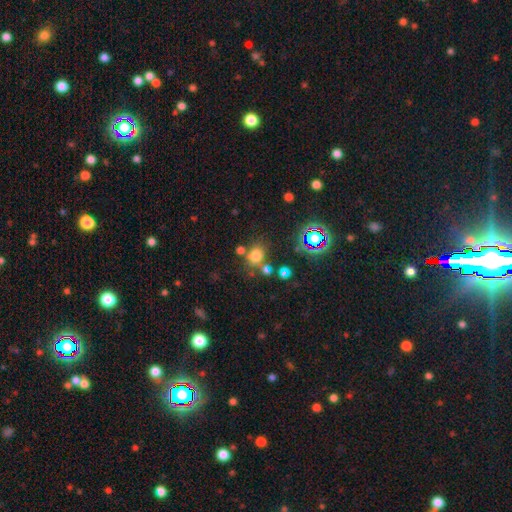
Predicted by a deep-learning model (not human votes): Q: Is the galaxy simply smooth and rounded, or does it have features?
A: smooth — 71%.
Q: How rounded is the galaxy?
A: round — 66%.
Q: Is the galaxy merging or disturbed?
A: none — 64%.